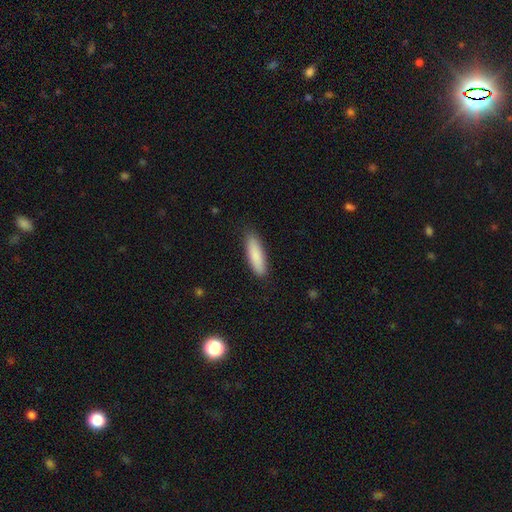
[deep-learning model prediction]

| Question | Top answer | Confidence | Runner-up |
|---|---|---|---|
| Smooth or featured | smooth | 86% | featured or disk (8%) |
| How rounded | cigar-shaped | 61% | in between (37%) |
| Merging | none | 86% | minor disturbance (11%) |